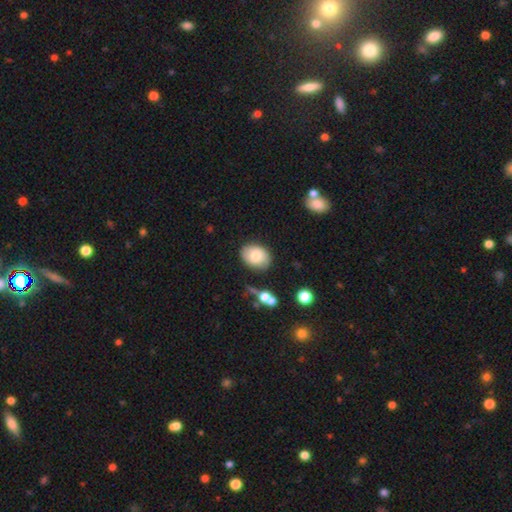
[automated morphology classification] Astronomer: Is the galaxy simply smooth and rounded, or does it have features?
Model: smooth — 79%.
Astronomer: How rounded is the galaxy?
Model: in between — 73%.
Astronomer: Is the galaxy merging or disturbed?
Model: none — 81%.